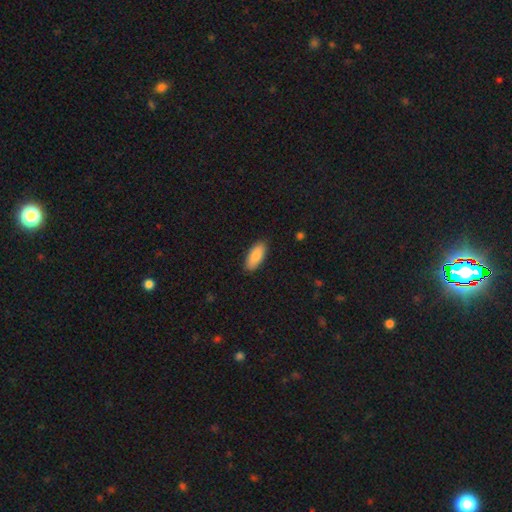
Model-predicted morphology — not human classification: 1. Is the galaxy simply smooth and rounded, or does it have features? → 88% smooth, 7% featured or disk, 6% star or artifact.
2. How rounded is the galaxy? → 84% in between, 15% cigar-shaped, 2% round.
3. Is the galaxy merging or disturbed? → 88% none, 9% minor disturbance, 2% major disturbance, 1% merger.